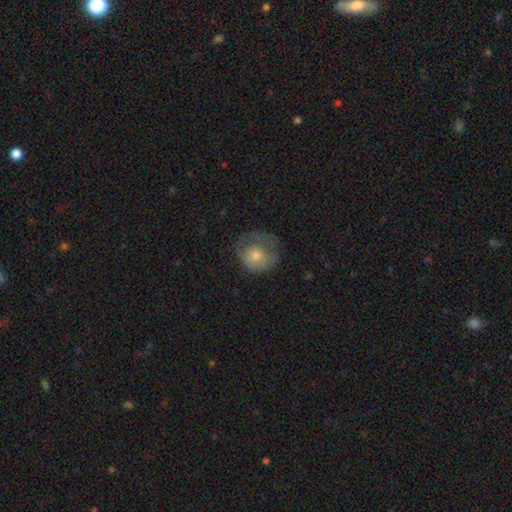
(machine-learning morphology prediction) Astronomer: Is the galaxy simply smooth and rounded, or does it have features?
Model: smooth — 61%.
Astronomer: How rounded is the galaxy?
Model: round — 77%.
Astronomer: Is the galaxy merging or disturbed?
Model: none — 46% (runner-up: major disturbance, 26%).